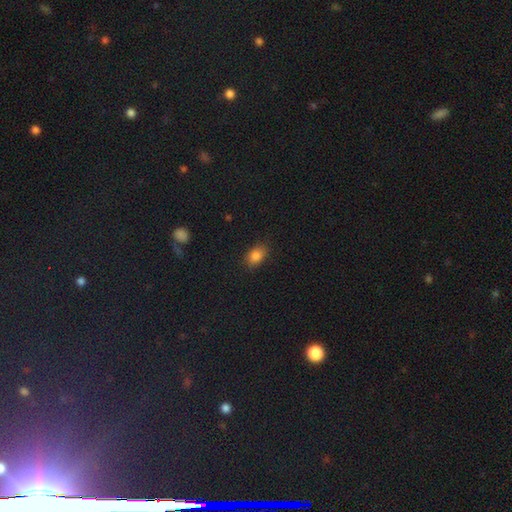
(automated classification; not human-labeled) Q: Smooth or featured?
A: smooth (84%); runner-up: star or artifact (10%)
Q: How rounded?
A: in between (74%); runner-up: round (24%)
Q: Merging?
A: none (83%); runner-up: minor disturbance (13%)